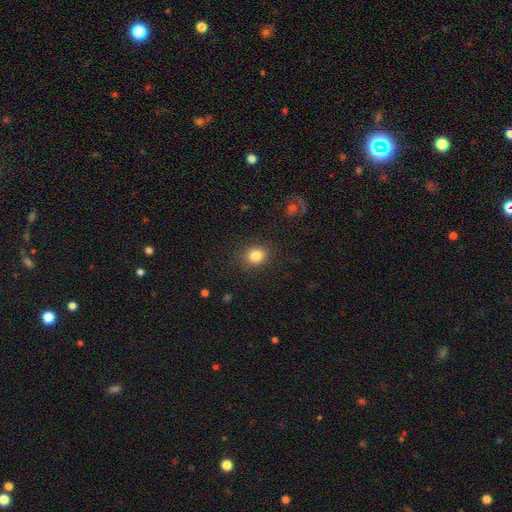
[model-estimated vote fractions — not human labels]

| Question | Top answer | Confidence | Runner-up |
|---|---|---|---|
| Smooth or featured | smooth | 83% | star or artifact (11%) |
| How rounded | round | 76% | in between (23%) |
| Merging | none | 87% | minor disturbance (8%) |